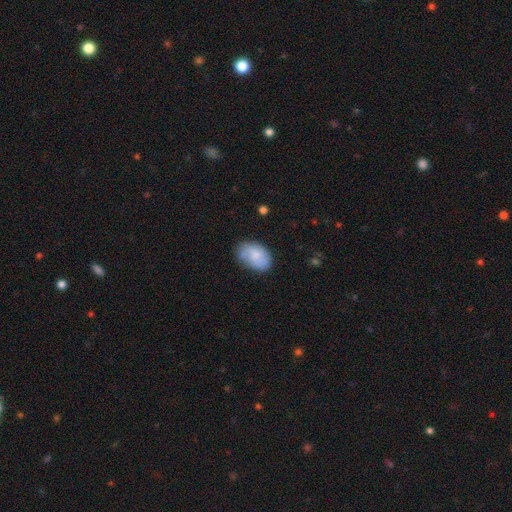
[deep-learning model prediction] The model was most divided on "merging": none: 66%, minor disturbance: 25%, major disturbance: 7%, merger: 2%. More confident: how rounded — in between (86%); smooth or featured — smooth (69%).